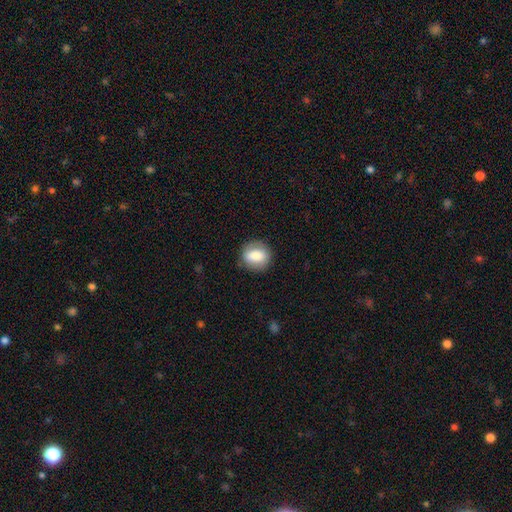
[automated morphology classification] Smooth or featured? Predicted: smooth (p=0.79). How rounded? Predicted: round (p=0.69). Merging? Predicted: none (p=0.84).